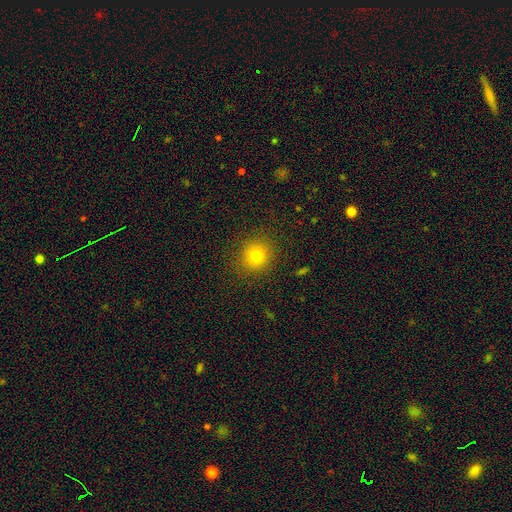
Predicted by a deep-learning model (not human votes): This is likely a smooth galaxy (79%). How rounded: clearly round (86%). Merging: clearly none (89%).